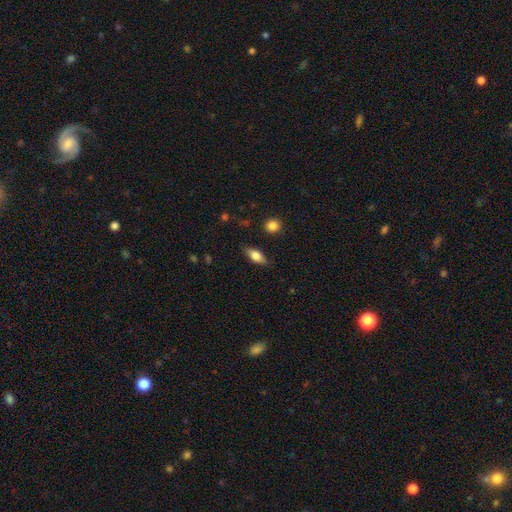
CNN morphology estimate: smooth-or-featured: smooth: 72% | featured or disk: 21% | star or artifact: 7%
  how-rounded: in between: 79% | cigar-shaped: 16% | round: 5%
  merging: none: 79% | minor disturbance: 16% | major disturbance: 4% | merger: 2%